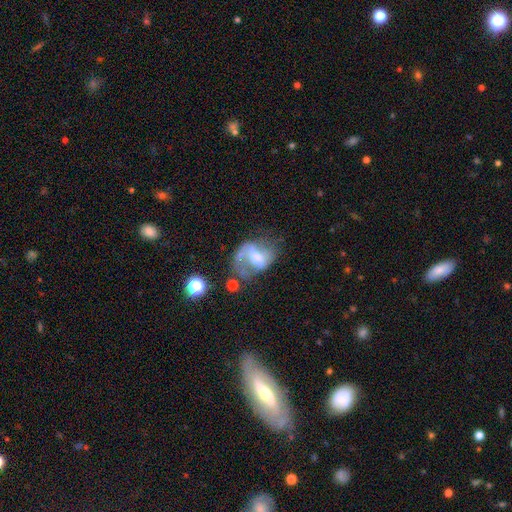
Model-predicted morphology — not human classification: type=featured or disk (69%); edge-on=no (96%); bar=weak (45%); spiral arms=yes (72%); bulge=moderate (57%); merging=none (36%).